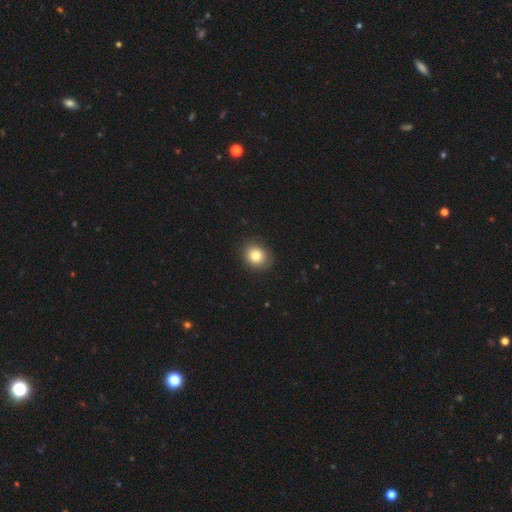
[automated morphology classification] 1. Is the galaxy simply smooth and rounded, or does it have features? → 82% smooth, 10% star or artifact, 8% featured or disk.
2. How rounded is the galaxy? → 70% round, 29% in between, 1% cigar-shaped.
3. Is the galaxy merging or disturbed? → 88% none, 9% minor disturbance, 2% major disturbance, 1% merger.